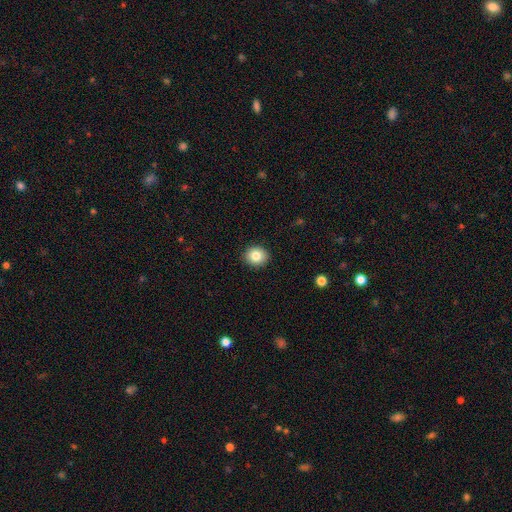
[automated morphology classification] Smooth or featured?
  - smooth: 83% *
  - star or artifact: 9%
  - featured or disk: 7%
How rounded?
  - round: 81% *
  - in between: 18%
  - cigar-shaped: 1%
Merging?
  - none: 92% *
  - minor disturbance: 6%
  - major disturbance: 2%
  - merger: 1%